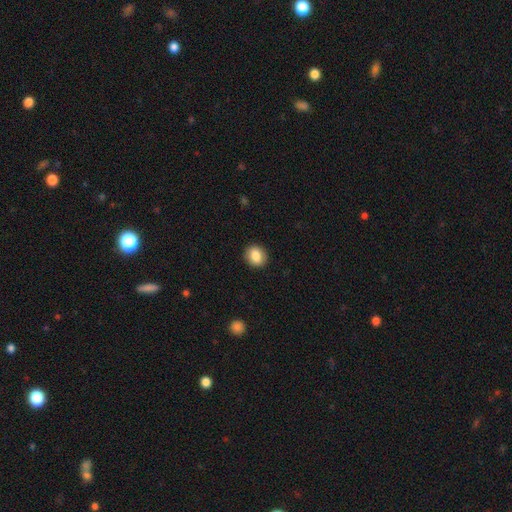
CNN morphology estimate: Smooth or featured?
  - smooth: 85% *
  - star or artifact: 8%
  - featured or disk: 7%
How rounded?
  - round: 68% *
  - in between: 31%
  - cigar-shaped: 1%
Merging?
  - none: 91% *
  - minor disturbance: 6%
  - major disturbance: 2%
  - merger: 1%